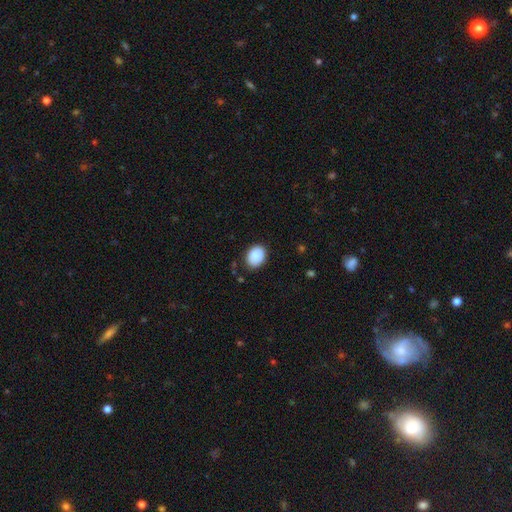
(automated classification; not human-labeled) smooth-or-featured: smooth: 89% | star or artifact: 7% | featured or disk: 4%
  how-rounded: in between: 66% | round: 34% | cigar-shaped: 1%
  merging: none: 84% | minor disturbance: 12% | major disturbance: 3% | merger: 1%